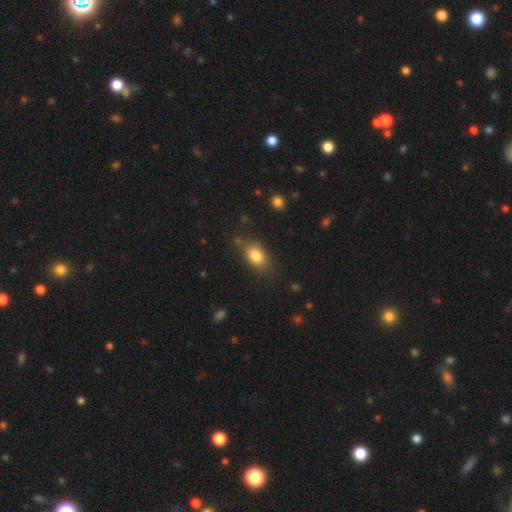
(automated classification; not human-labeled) Smooth or featured? smooth (83%)
How rounded? in between (86%)
Merging? none (74%)